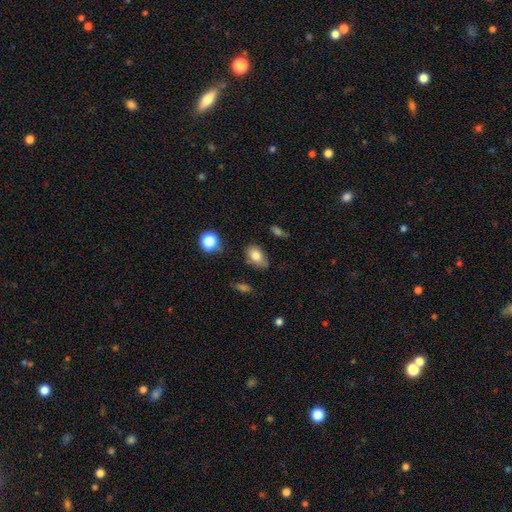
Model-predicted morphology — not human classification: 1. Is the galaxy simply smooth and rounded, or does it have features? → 78% smooth, 12% featured or disk, 10% star or artifact.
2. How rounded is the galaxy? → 84% in between, 14% round, 2% cigar-shaped.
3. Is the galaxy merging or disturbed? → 69% none, 22% minor disturbance, 5% major disturbance, 3% merger.